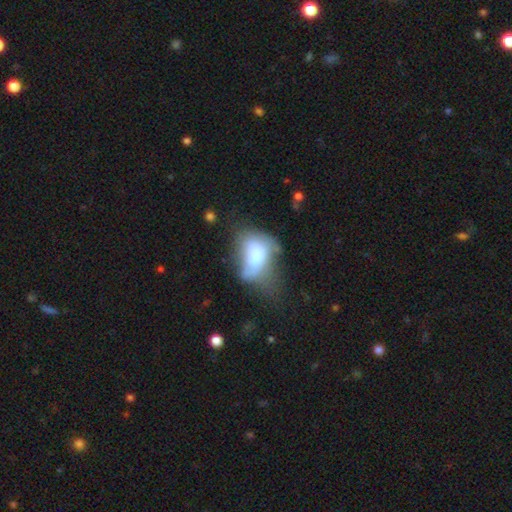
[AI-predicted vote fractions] This is likely a smooth galaxy (61%). How rounded: clearly in between (84%). Merging: marginally major disturbance (40%).